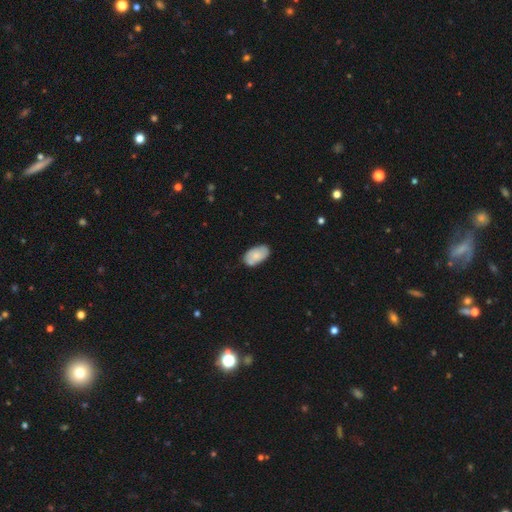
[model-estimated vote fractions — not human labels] A smooth galaxy with no disk features (71%) that is in between round and cigar-shaped (94%).

Vote fractions:
- Smooth or featured? smooth: 71% / featured or disk: 22% / star or artifact: 6%
- How rounded? in between: 94% / round: 5% / cigar-shaped: 2%
- Merging? none: 73% / minor disturbance: 19% / merger: 4% / major disturbance: 3%